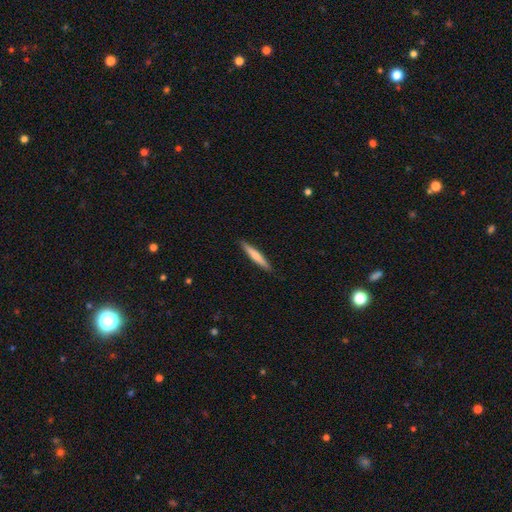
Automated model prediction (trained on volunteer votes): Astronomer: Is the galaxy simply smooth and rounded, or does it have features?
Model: smooth — 64%.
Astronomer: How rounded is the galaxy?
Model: cigar-shaped — 95%.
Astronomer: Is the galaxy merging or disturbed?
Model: none — 91%.